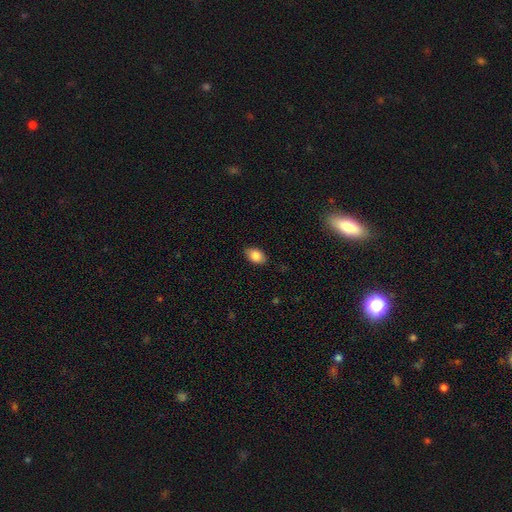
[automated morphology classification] A smooth galaxy with no disk features (86%) that is in between round and cigar-shaped (87%). Merging: none (84%).